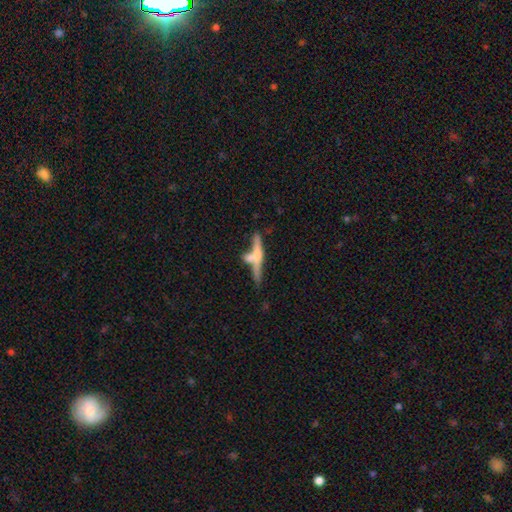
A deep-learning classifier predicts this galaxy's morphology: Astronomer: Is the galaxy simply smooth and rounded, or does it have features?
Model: featured or disk — 54% (runner-up: smooth, 39%).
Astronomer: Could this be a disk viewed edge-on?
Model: yes — 89%.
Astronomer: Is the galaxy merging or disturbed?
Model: none — 47% (runner-up: merger, 33%).